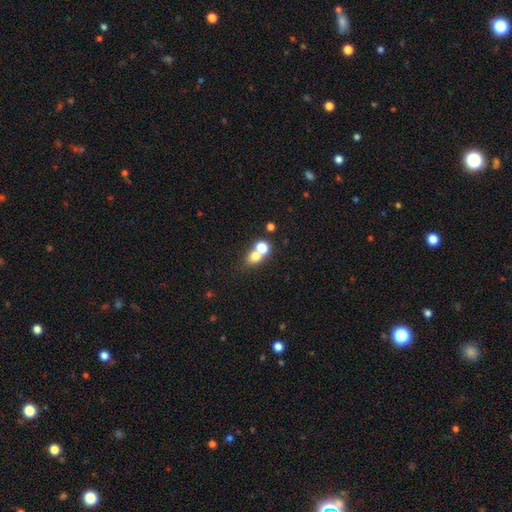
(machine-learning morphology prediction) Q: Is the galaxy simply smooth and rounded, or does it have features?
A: smooth — 71%.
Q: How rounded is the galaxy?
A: round — 59%.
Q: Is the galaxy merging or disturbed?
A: merger — 55%.